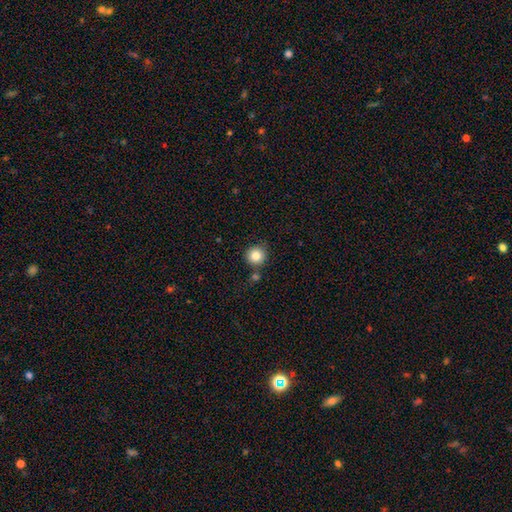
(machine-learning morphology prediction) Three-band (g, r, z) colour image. It shows a smooth galaxy with no disk features (83%) that is round (94%). Merging: none (80%).